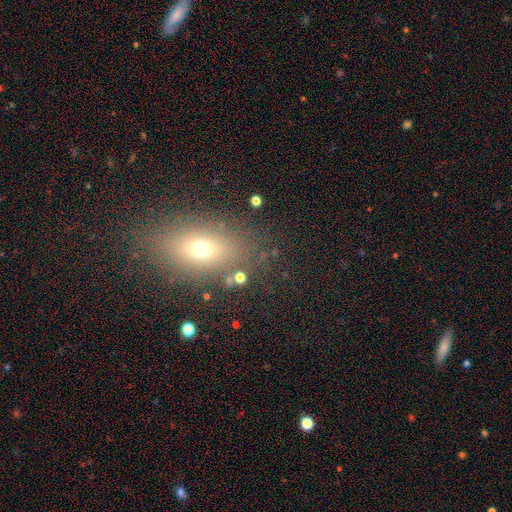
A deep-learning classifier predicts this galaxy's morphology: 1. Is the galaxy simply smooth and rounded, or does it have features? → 62% smooth, 20% star or artifact, 18% featured or disk.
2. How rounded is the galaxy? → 75% in between, 15% round, 10% cigar-shaped.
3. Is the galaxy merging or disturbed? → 82% none, 10% minor disturbance, 5% major disturbance, 3% merger.